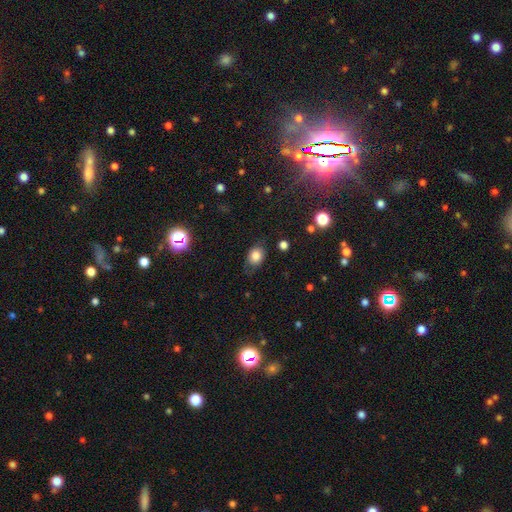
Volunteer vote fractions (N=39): smooth_or_featured: smooth (p=0.90) [alt: featured or disk p=0.05]
how_rounded: round (p=0.60) [alt: in between p=0.37]
merging: none (p=0.65) [alt: minor disturbance p=0.35]